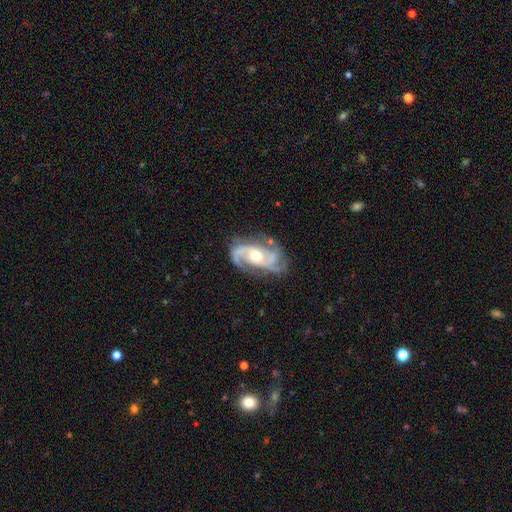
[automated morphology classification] The model was most divided on "spiral arm count": 2: 42%, 3: 36%, can't tell: 8%, 4: 6%, 1: 4%, more than 4: 4%. More confident: spiral arms — yes (98%); edge-on disk — no (97%); smooth or featured — featured or disk (91%); merging — none (71%); bulge size — moderate (70%); bar — no (59%); spiral winding — medium (51%).